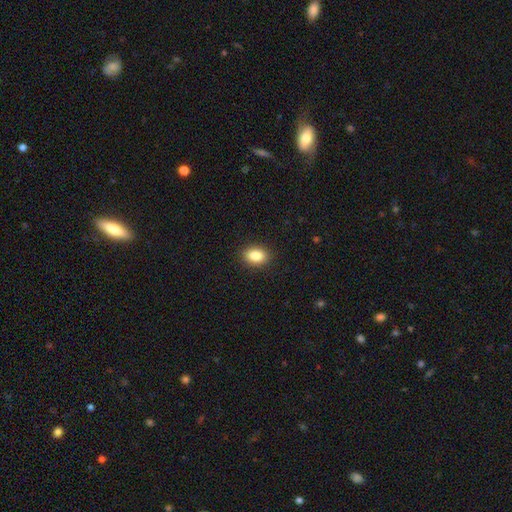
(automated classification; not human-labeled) Smooth or featured? smooth (86%)
How rounded? in between (80%)
Merging? none (90%)